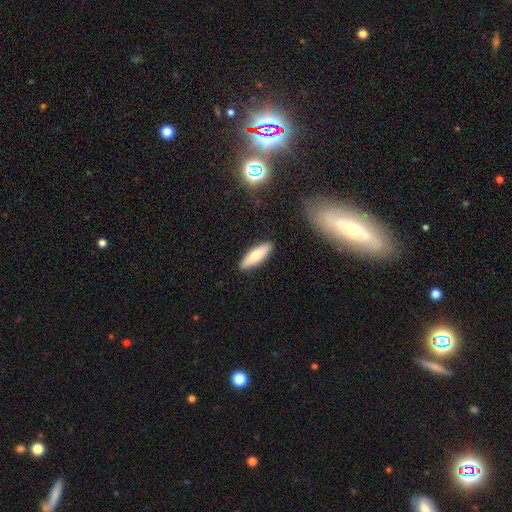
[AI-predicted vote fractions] Q: Smooth or featured?
A: smooth (75%); runner-up: featured or disk (19%)
Q: How rounded?
A: cigar-shaped (49%); tied with: in between (49%)
Q: Merging?
A: none (88%); runner-up: minor disturbance (9%)